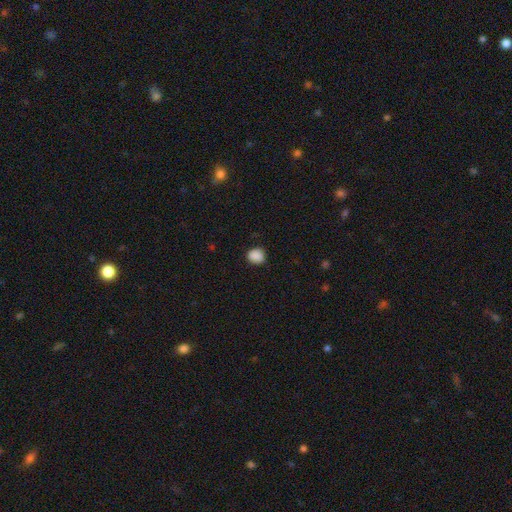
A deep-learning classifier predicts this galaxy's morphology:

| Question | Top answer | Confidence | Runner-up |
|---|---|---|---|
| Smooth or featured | smooth | 88% | star or artifact (9%) |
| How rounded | round | 78% | in between (21%) |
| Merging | none | 86% | minor disturbance (11%) |